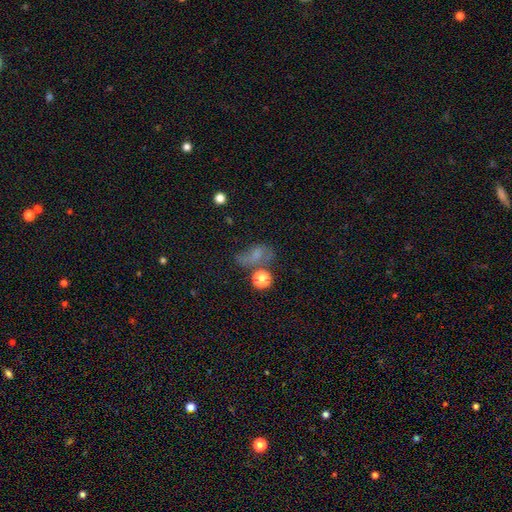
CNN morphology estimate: Overall: smooth (46%; featured or disk 30%). Merging: none (36%; major disturbance 28%).